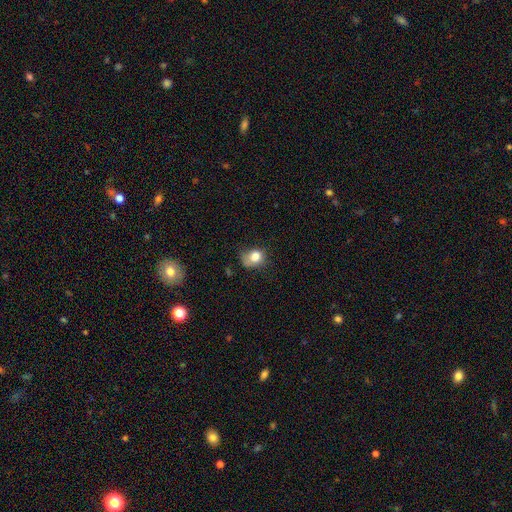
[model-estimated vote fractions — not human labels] The model was most divided on "merging": none: 39%, minor disturbance: 37%, major disturbance: 21%, merger: 3%. More confident: smooth or featured — smooth (78%); how rounded — round (52%).